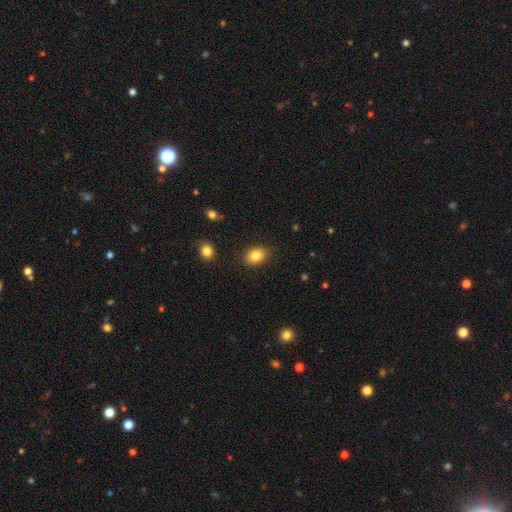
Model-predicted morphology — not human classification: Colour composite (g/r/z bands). It shows a smooth galaxy with no disk features (83%) that is in between round and cigar-shaped (76%). Merging: none (86%).